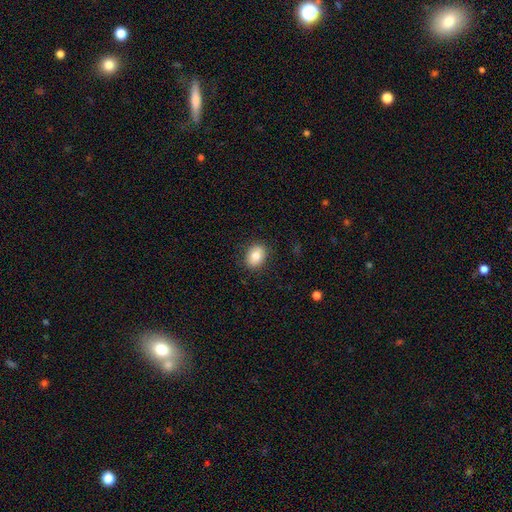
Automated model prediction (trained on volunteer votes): A smooth galaxy with no disk features (81%) that is in between round and cigar-shaped (62%).

Vote fractions:
- Smooth or featured? smooth: 81% / featured or disk: 11% / star or artifact: 8%
- How rounded? in between: 62% / round: 37% / cigar-shaped: 1%
- Merging? none: 86% / minor disturbance: 10% / major disturbance: 3% / merger: 1%